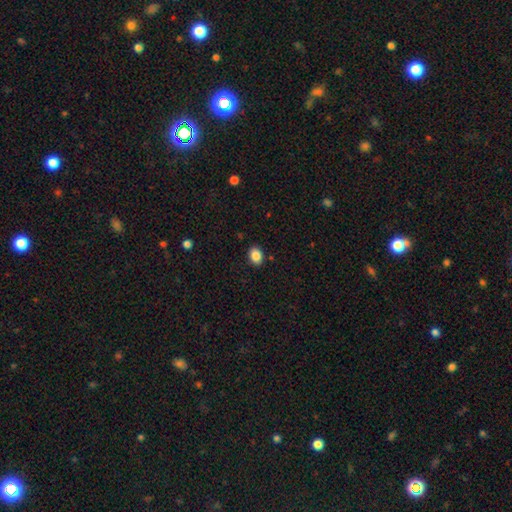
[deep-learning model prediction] The model was most divided on "how rounded": in between: 62%, round: 37%, cigar-shaped: 1%. More confident: merging — none (89%); smooth or featured — smooth (87%).